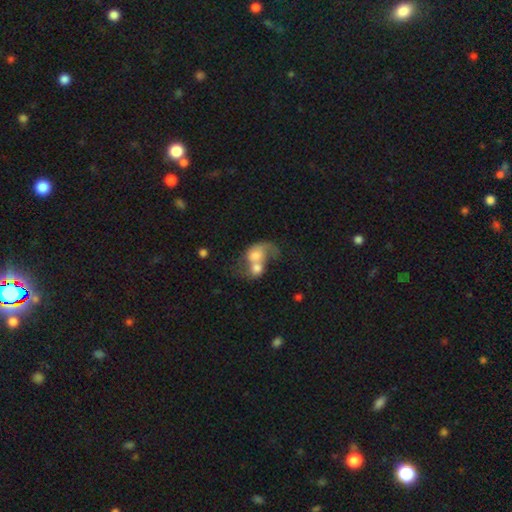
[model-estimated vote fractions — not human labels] This is possibly a smooth galaxy (53%). How rounded: possibly in between (51%). Merging: likely merger (79%).